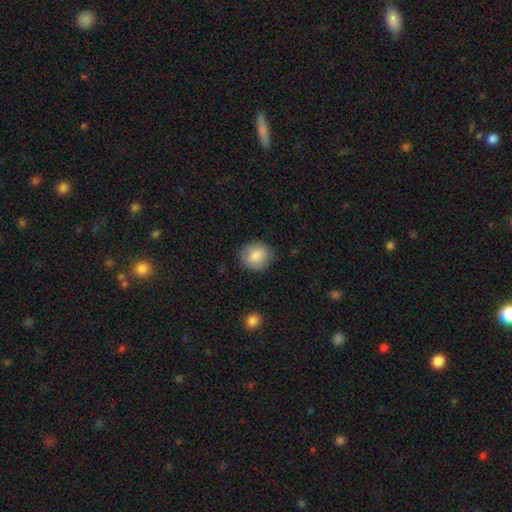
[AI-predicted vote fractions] This is clearly a smooth galaxy (85%). How rounded: likely round (74%). Merging: clearly none (84%).